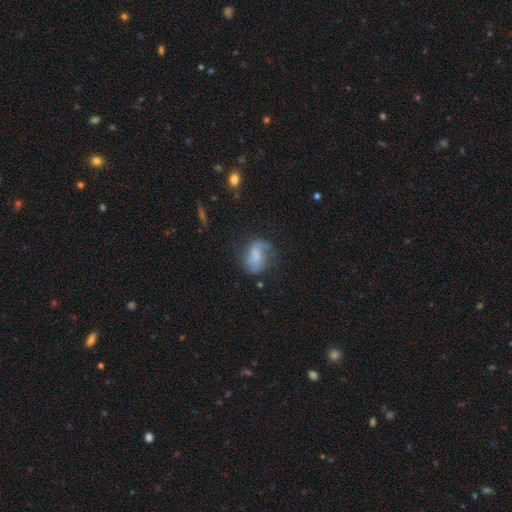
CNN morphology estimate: type=featured or disk (46%); merging=none (50%).